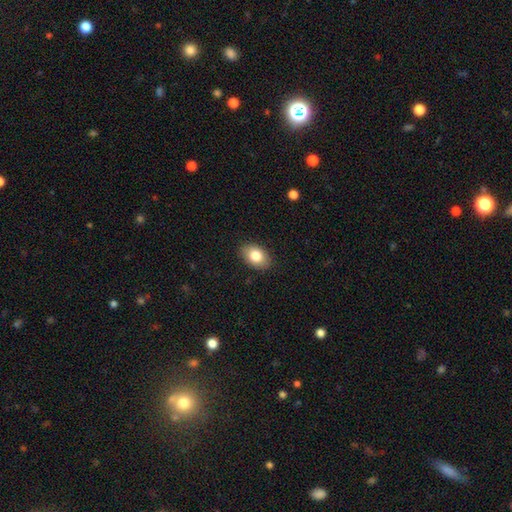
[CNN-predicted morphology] Smooth or featured? Predicted: smooth (p=0.82). How rounded? Predicted: in between (p=0.84). Merging? Predicted: none (p=0.87).